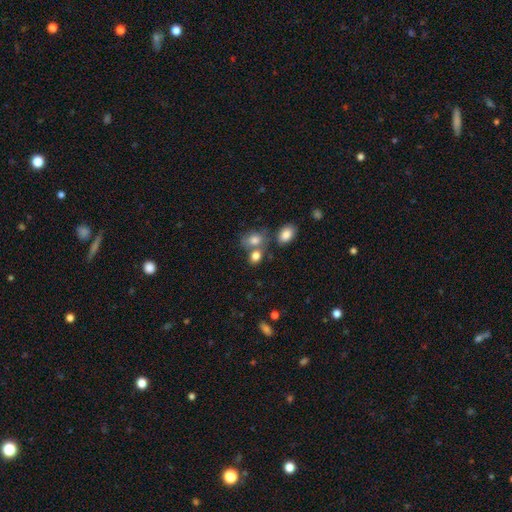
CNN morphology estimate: smooth-or-featured: smooth: 80% | star or artifact: 11% | featured or disk: 9%
  how-rounded: in between: 65% | round: 33% | cigar-shaped: 2%
  merging: none: 47% | merger: 36% | minor disturbance: 12% | major disturbance: 5%